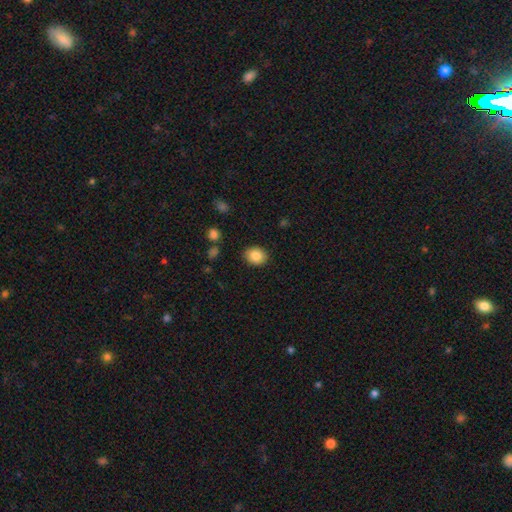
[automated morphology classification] Smooth or featured? Predicted: smooth (p=0.85). How rounded? Predicted: round (p=0.53). Merging? Predicted: none (p=0.88).